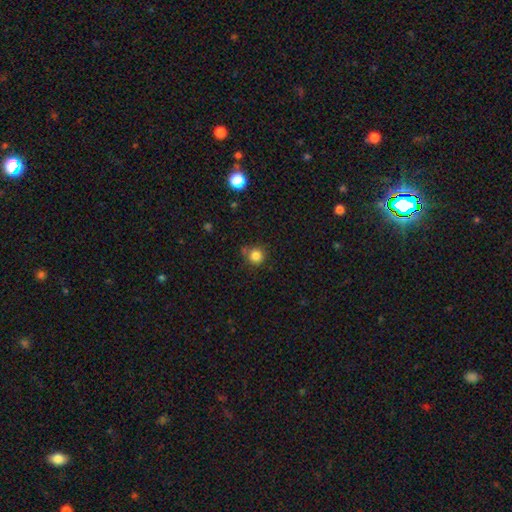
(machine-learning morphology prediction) smooth-or-featured: smooth: 83% | star or artifact: 12% | featured or disk: 5%
  how-rounded: round: 92% | in between: 7% | cigar-shaped: 1%
  merging: none: 73% | minor disturbance: 14% | merger: 9% | major disturbance: 4%